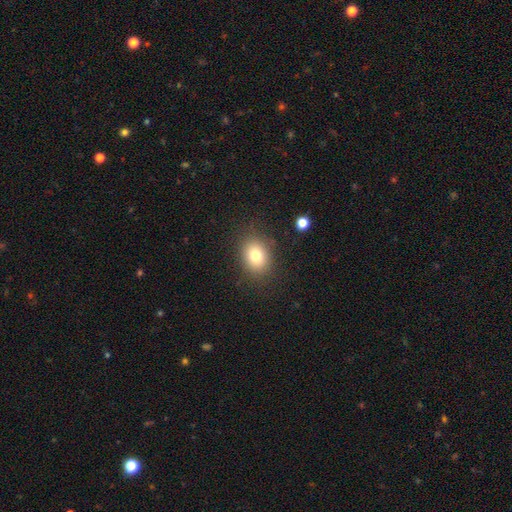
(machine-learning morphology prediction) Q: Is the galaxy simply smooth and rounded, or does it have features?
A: smooth — 78%.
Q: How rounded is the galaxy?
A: in between — 58%.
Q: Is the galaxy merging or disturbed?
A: none — 84%.